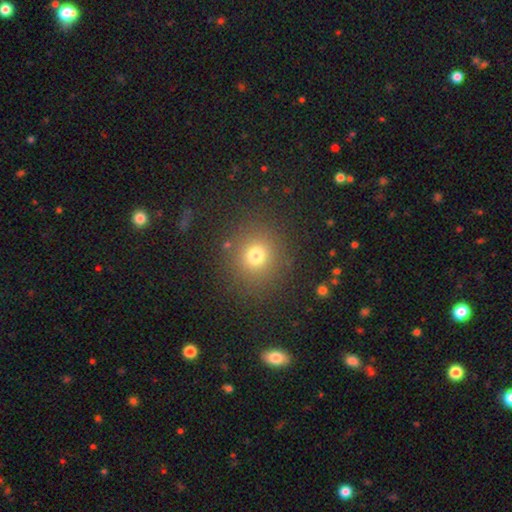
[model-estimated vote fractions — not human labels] A smooth galaxy with no disk features (72%) that is round (89%).

Vote fractions:
- Smooth or featured? smooth: 72% / star or artifact: 20% / featured or disk: 8%
- How rounded? round: 89% / in between: 10% / cigar-shaped: 1%
- Merging? none: 87% / minor disturbance: 7% / major disturbance: 4% / merger: 2%